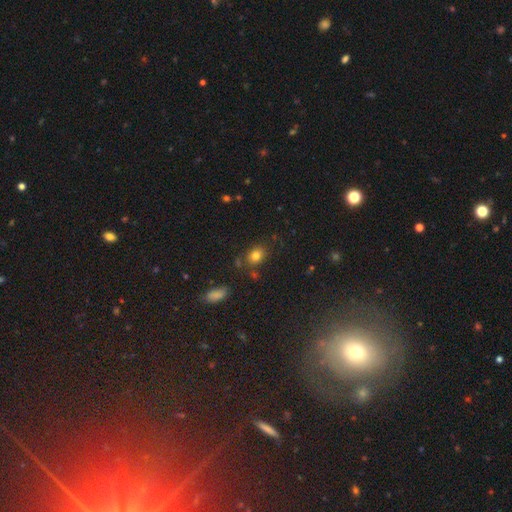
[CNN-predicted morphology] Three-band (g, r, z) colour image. It shows a smooth galaxy with no disk features (79%) that is in between round and cigar-shaped (50%). Merging: none (76%).